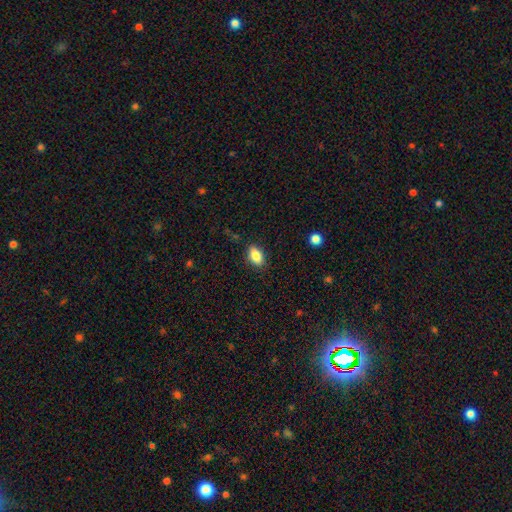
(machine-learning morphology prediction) Q: Smooth or featured?
A: smooth (85%); runner-up: star or artifact (8%)
Q: How rounded?
A: in between (89%); runner-up: round (7%)
Q: Merging?
A: none (86%); runner-up: minor disturbance (10%)